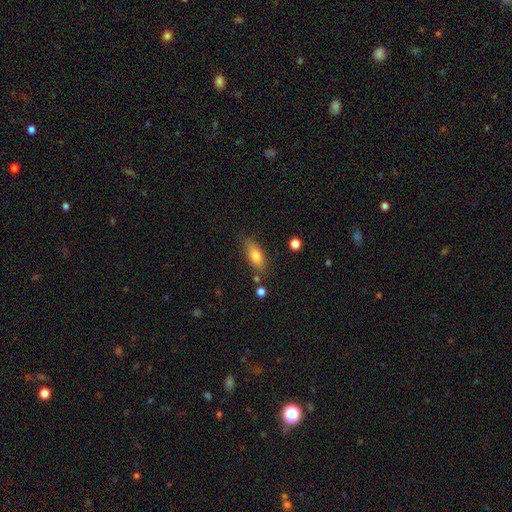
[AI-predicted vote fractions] Morphology: type=smooth (77%); roundness=in between (75%); merging=none (77%).